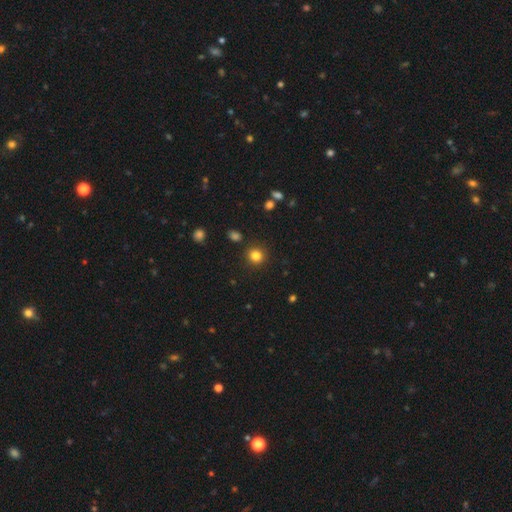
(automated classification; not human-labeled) smooth 83%, star or artifact 12%, featured or disk 5%. Down the decision tree: how rounded — round (90%); merging — none (89%).